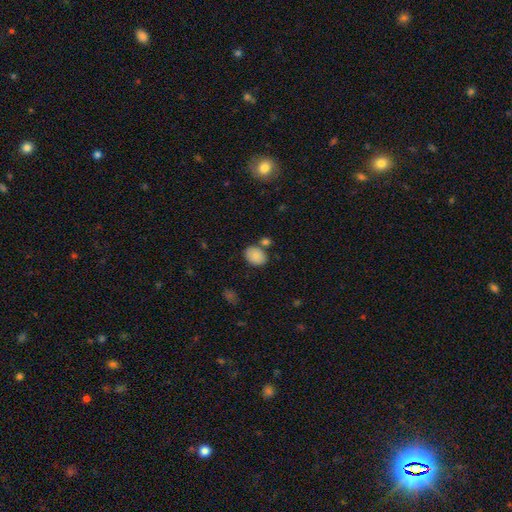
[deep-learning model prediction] A smooth galaxy with no disk features (86%) that is in between round and cigar-shaped (68%). Merging: none (68%).